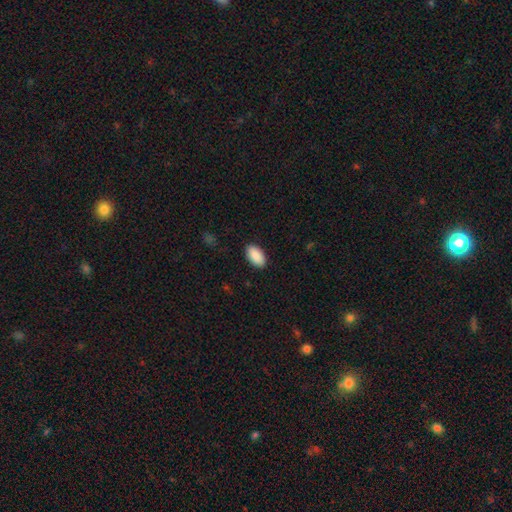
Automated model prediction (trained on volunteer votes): This appears to be a smooth galaxy with no disk features (91%) that is in between round and cigar-shaped (95%). Merging: none (89%).